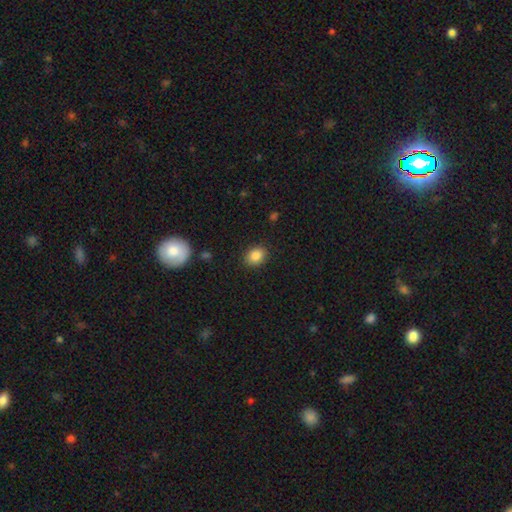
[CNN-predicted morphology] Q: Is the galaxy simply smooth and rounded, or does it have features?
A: smooth — 86%.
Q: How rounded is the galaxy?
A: in between — 58%.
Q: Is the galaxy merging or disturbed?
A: none — 88%.